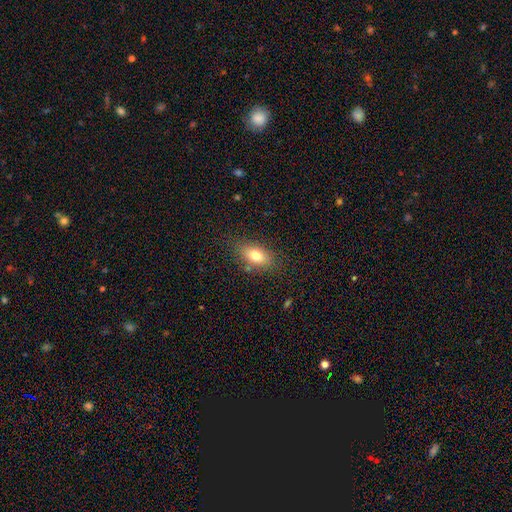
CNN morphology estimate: type=smooth (76%); roundness=in between (85%); merging=none (81%).